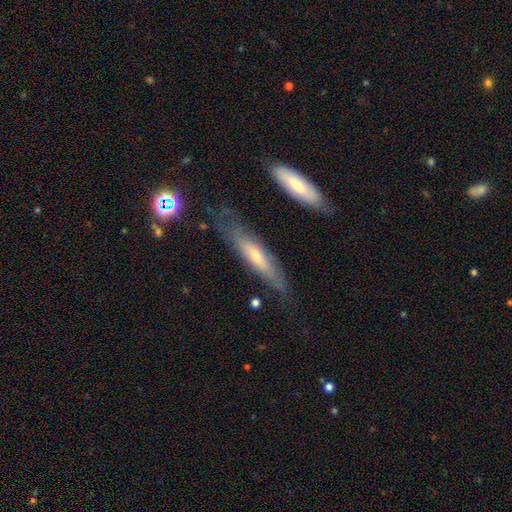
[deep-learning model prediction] Q: Smooth or featured?
A: featured or disk (49%); runner-up: smooth (44%)
Q: Merging?
A: none (71%); runner-up: minor disturbance (19%)